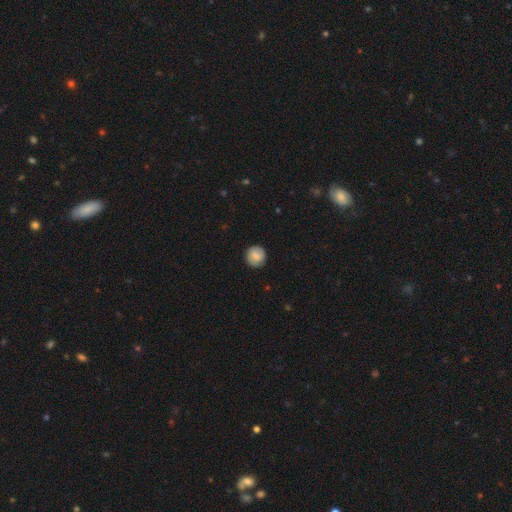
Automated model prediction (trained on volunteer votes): Smooth or featured: smooth — 78% (featured or disk — 15%)
How rounded: round — 93% (in between — 6%)
Merging: none — 89% (minor disturbance — 8%)